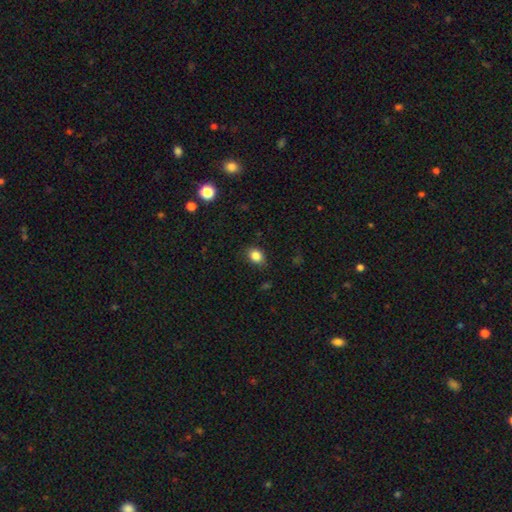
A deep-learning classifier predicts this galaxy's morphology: Smooth or featured?
  - smooth: 85% *
  - star or artifact: 10%
  - featured or disk: 5%
How rounded?
  - in between: 60% *
  - round: 39%
  - cigar-shaped: 1%
Merging?
  - none: 83% *
  - minor disturbance: 13%
  - major disturbance: 3%
  - merger: 1%